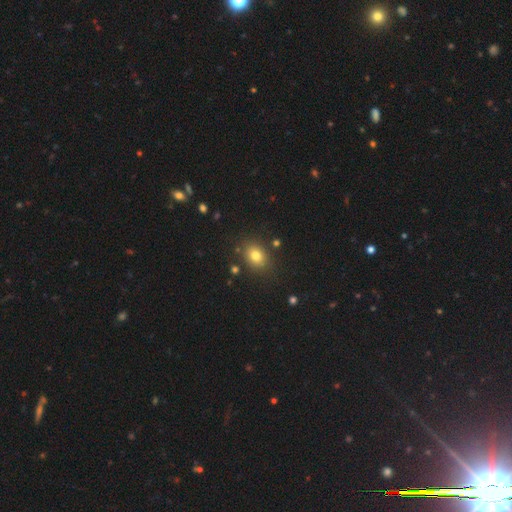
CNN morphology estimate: smooth-or-featured: smooth: 78% | star or artifact: 13% | featured or disk: 9%
  how-rounded: in between: 57% | round: 42% | cigar-shaped: 1%
  merging: none: 84% | minor disturbance: 10% | major disturbance: 3% | merger: 3%